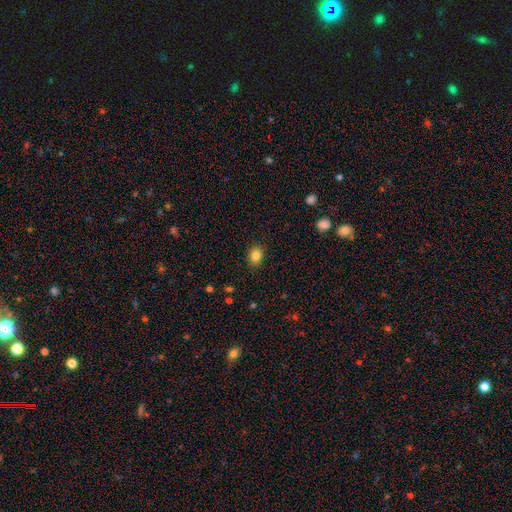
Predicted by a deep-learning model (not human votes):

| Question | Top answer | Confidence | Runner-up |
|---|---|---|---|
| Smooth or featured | smooth | 84% | star or artifact (10%) |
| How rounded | in between | 56% | round (43%) |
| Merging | none | 88% | minor disturbance (9%) |